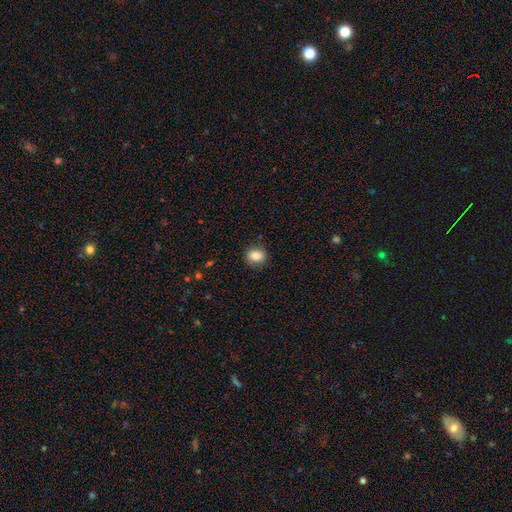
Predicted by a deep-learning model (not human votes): smooth_or_featured: smooth (p=0.84) [alt: star or artifact p=0.09]
how_rounded: round (p=0.62) [alt: in between p=0.37]
merging: none (p=0.87) [alt: minor disturbance p=0.09]